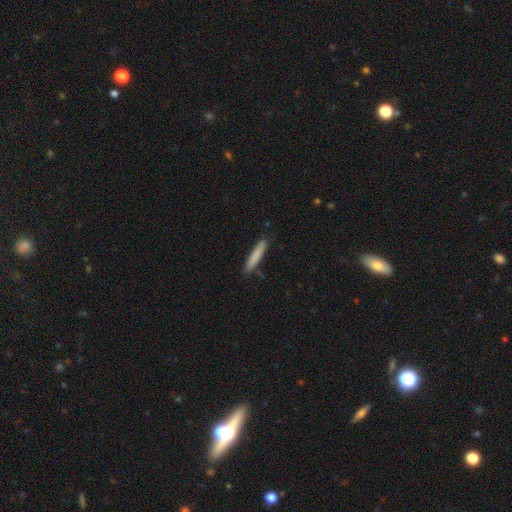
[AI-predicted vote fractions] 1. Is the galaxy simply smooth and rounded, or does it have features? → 81% smooth, 13% featured or disk, 6% star or artifact.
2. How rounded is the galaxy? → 93% cigar-shaped, 6% in between, 1% round.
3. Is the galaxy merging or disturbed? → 85% none, 11% minor disturbance, 2% major disturbance, 2% merger.